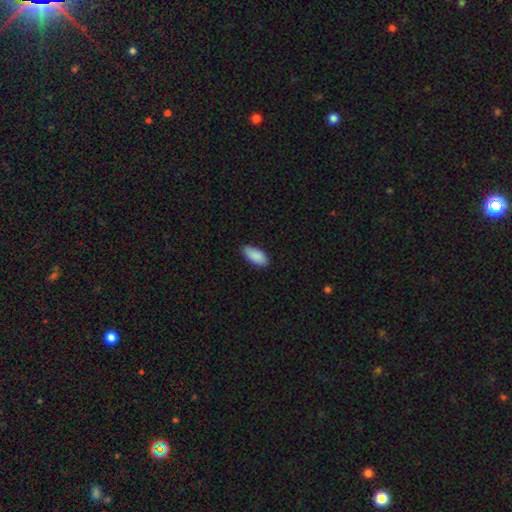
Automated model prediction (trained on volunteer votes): Overall: smooth (90%). How rounded: in between (89%). Merging: none (82%).